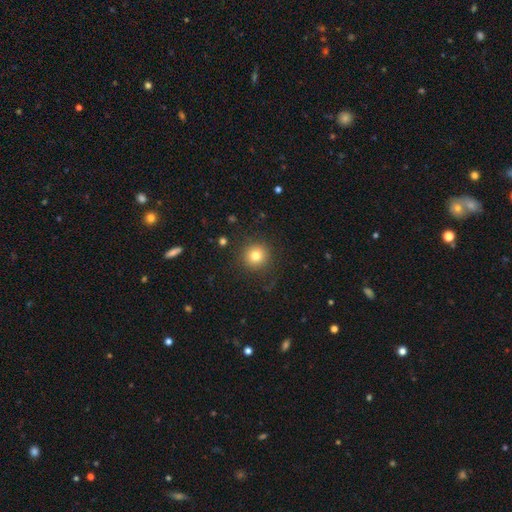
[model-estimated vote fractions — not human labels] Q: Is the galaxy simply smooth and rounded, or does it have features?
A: smooth — 79%.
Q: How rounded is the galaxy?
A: round — 94%.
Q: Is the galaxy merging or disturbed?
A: none — 87%.